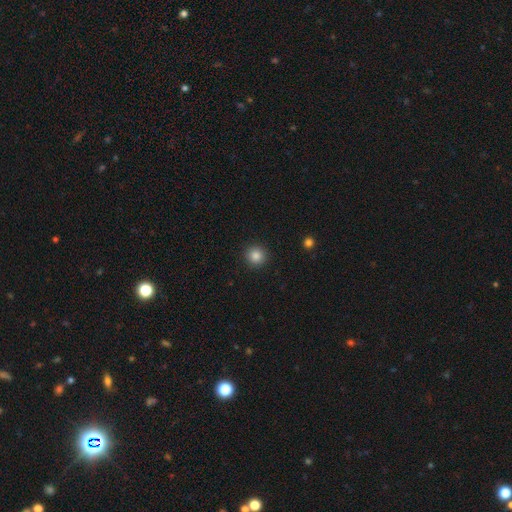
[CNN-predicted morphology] A smooth galaxy with no disk features (85%) that is round (95%). Merging: none (92%).